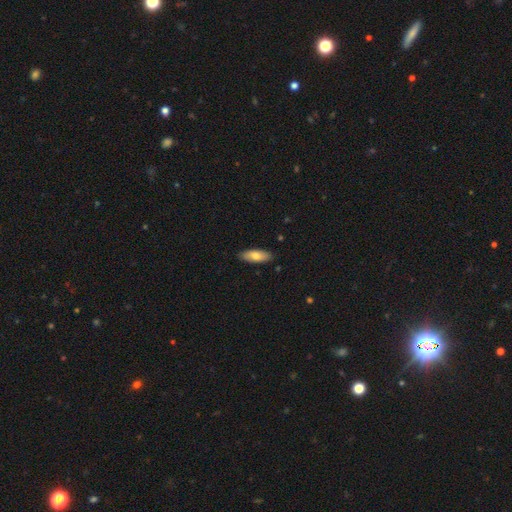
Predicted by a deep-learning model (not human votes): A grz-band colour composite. It shows a smooth galaxy with no disk features (74%) that is in between round and cigar-shaped (73%). Merging: none (88%).